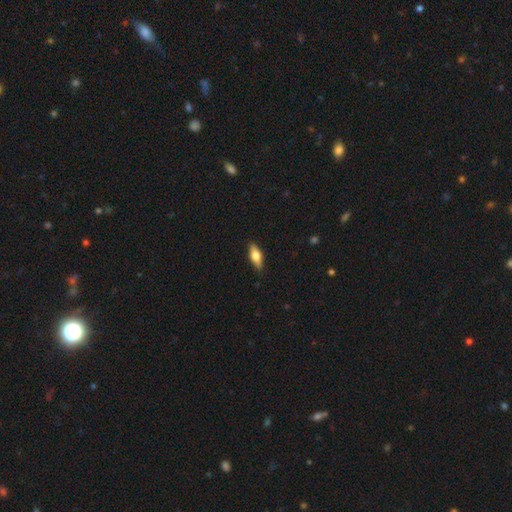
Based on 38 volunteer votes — Morphology: type=smooth (76%); roundness=in between (59%); merging=none (92%).